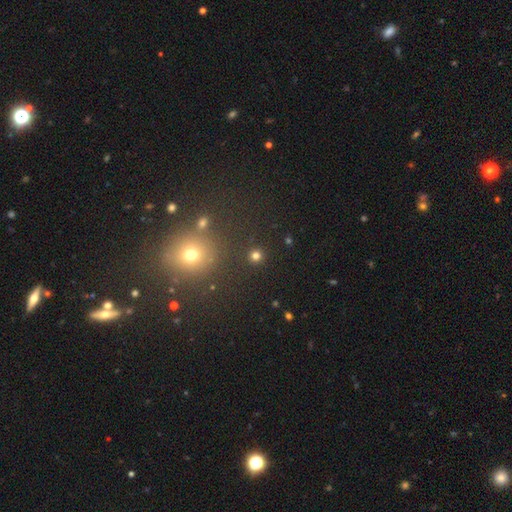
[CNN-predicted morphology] A smooth galaxy with no disk features (77%) that is round (94%). Merging: none (89%).